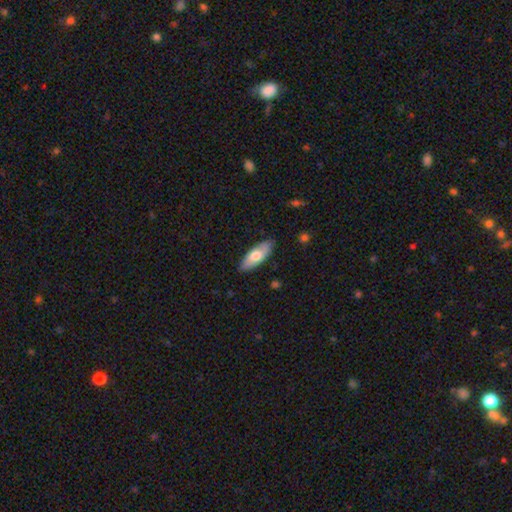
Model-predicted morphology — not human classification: smooth 70%, featured or disk 25%, star or artifact 5%. Down the decision tree: how rounded — in between (75%); merging — none (87%).